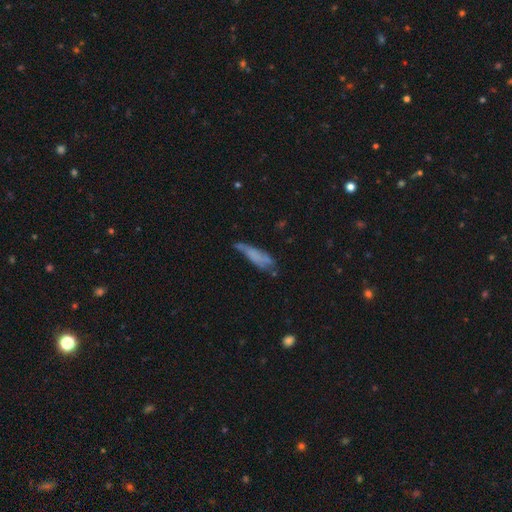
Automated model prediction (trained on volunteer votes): smooth 57%, featured or disk 33%, star or artifact 10%. Down the decision tree: how rounded — cigar-shaped (66%); merging — none (40%).